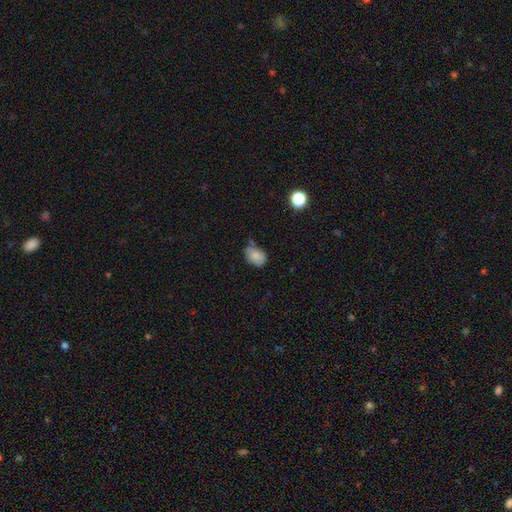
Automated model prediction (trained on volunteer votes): A smooth galaxy with no disk features (77%) that is in between round and cigar-shaped (77%). Merging: none (49%).